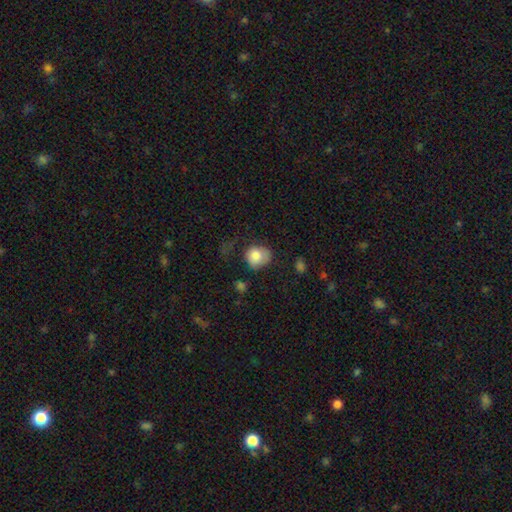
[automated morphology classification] Smooth or featured: smooth — 82% (featured or disk — 10%)
How rounded: round — 71% (in between — 29%)
Merging: none — 45% (minor disturbance — 31%)